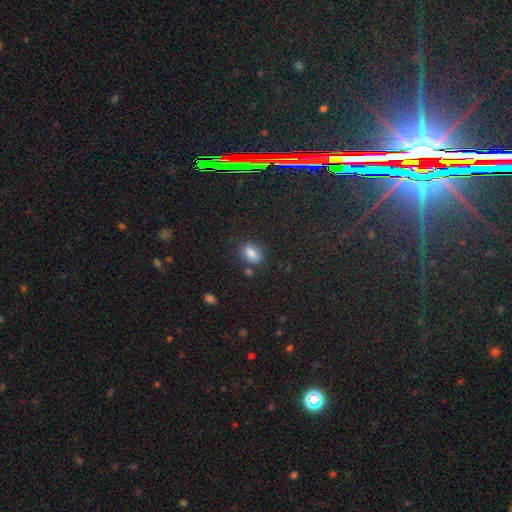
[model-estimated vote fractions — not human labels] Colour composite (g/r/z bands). It shows a smooth galaxy with no disk features (81%) that is in between round and cigar-shaped (85%). Merging: none (74%).